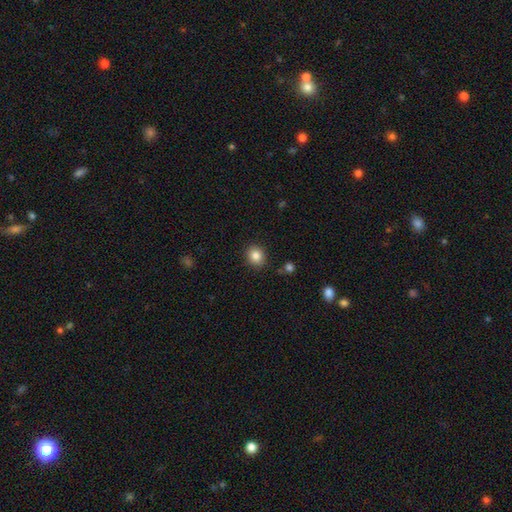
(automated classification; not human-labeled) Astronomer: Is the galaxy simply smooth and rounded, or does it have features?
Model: smooth — 84%.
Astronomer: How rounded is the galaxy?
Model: round — 74%.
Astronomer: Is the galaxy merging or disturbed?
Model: none — 89%.